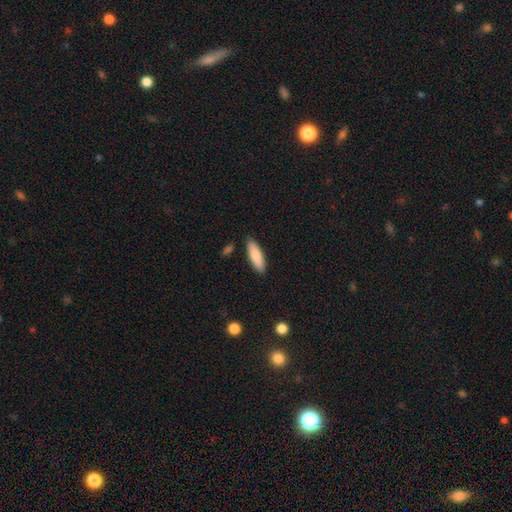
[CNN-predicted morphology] Smooth or featured? Predicted: smooth (p=0.85). How rounded? Predicted: cigar-shaped (p=0.51). Merging? Predicted: none (p=0.87).